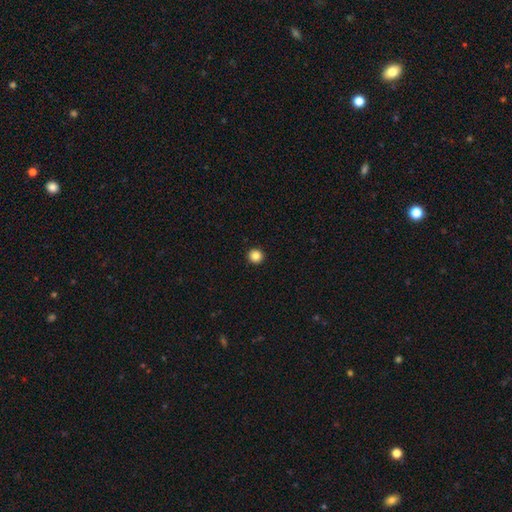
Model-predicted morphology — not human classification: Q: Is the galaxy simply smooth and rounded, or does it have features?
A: smooth — 85%.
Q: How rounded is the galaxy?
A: round — 95%.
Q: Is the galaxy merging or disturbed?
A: none — 94%.